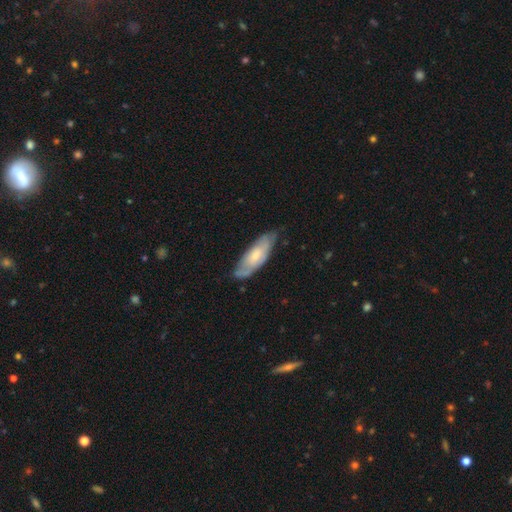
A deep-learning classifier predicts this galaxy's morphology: Smooth or featured? smooth (51%)
How rounded? in between (67%)
Merging? none (60%)